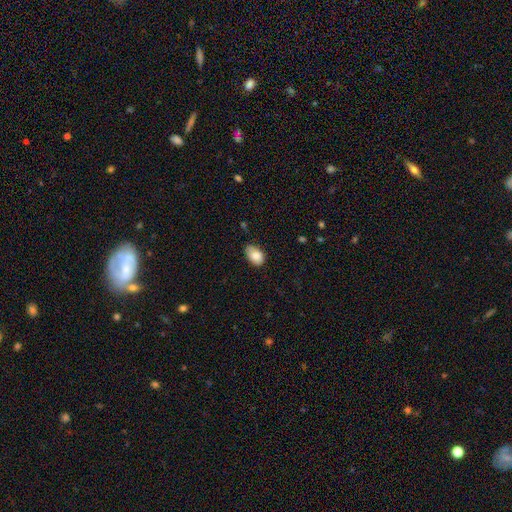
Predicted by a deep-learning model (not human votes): A smooth galaxy with no disk features (86%) that is in between round and cigar-shaped (88%).

Vote fractions:
- Smooth or featured? smooth: 86% / star or artifact: 7% / featured or disk: 7%
- How rounded? in between: 88% / round: 11% / cigar-shaped: 1%
- Merging? none: 62% / minor disturbance: 31% / major disturbance: 5% / merger: 2%